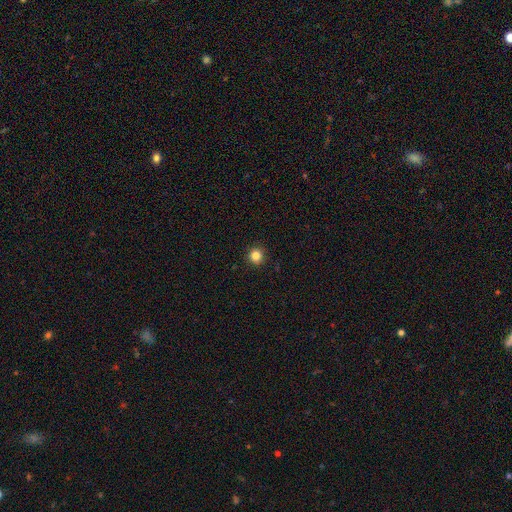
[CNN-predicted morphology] Smooth or featured? smooth (84%)
How rounded? round (94%)
Merging? none (92%)